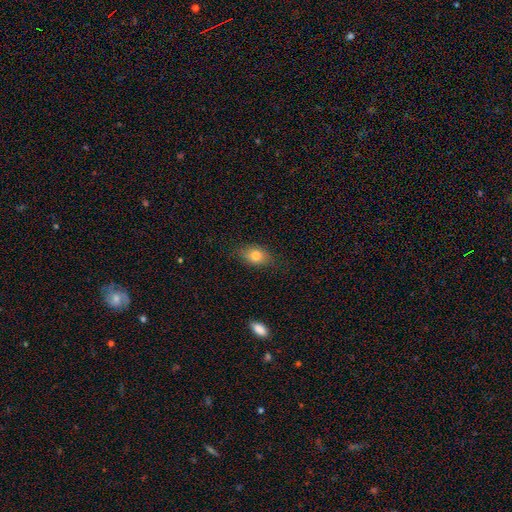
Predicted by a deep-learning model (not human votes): Smooth or featured?
  - smooth: 79% *
  - featured or disk: 12%
  - star or artifact: 9%
How rounded?
  - in between: 79% *
  - round: 19%
  - cigar-shaped: 2%
Merging?
  - none: 80% *
  - minor disturbance: 15%
  - major disturbance: 4%
  - merger: 1%